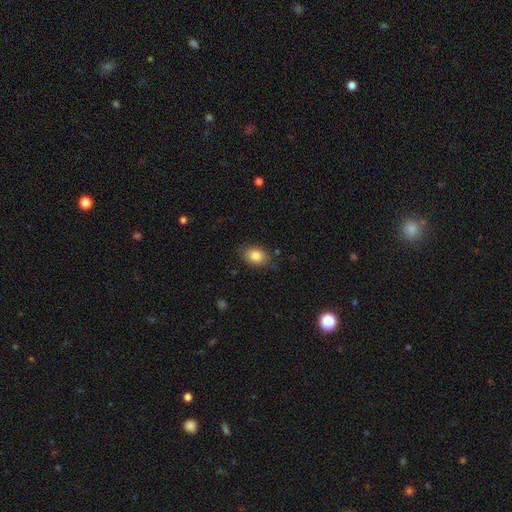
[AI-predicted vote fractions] smooth-or-featured: smooth: 84% | star or artifact: 8% | featured or disk: 8%
  how-rounded: in between: 74% | round: 25% | cigar-shaped: 1%
  merging: none: 78% | minor disturbance: 16% | major disturbance: 4% | merger: 1%